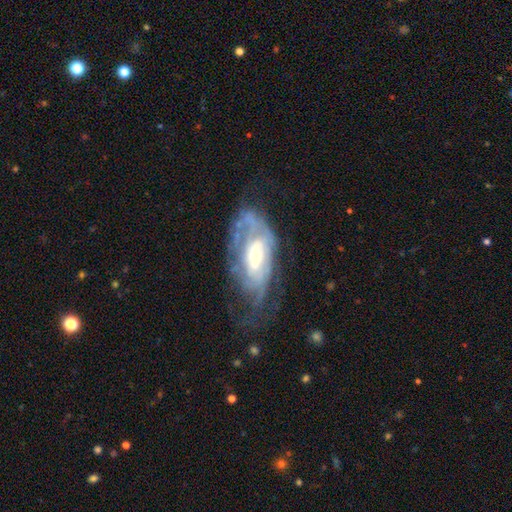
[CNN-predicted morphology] Overall: featured or disk (78%). Edge-on disk: no (92%). Bar: no (59%; weak 30%). Spiral arms: yes (78%). Spiral arm count: can't tell (54%; 2 23%). Spiral winding: tight (60%; medium 29%). Bulge size: moderate (51%; small 43%). Merging: none (48%; minor disturbance 25%).